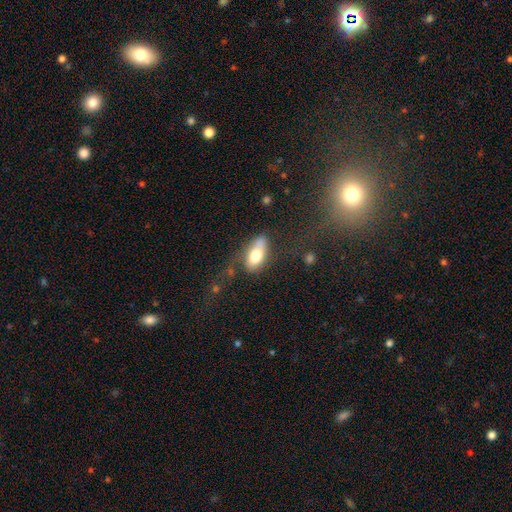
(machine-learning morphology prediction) This appears to be a smooth galaxy with no disk features (70%) that is in between round and cigar-shaped (88%). Merging: none (43%).